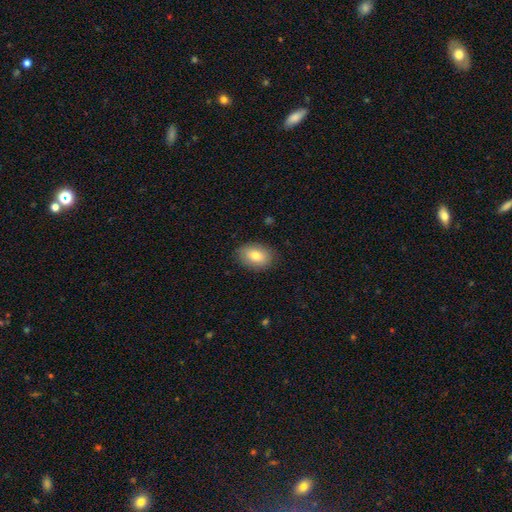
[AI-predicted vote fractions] Overall: smooth (80%). How rounded: in between (85%). Merging: none (85%).